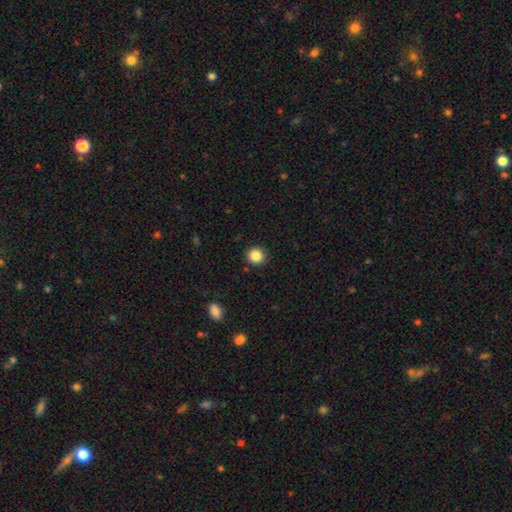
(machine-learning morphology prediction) Smooth or featured: smooth — 86% (star or artifact — 10%)
How rounded: round — 92% (in between — 7%)
Merging: none — 91% (minor disturbance — 6%)